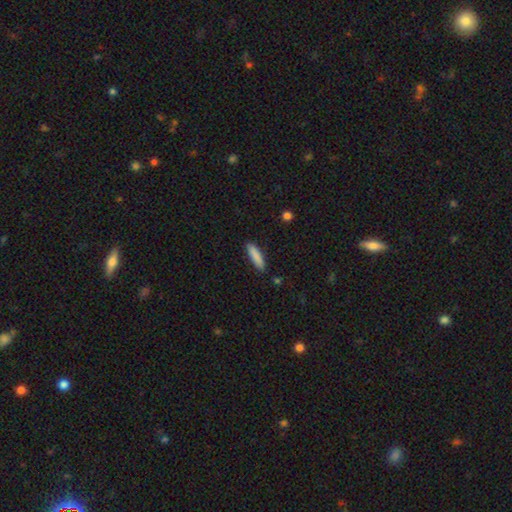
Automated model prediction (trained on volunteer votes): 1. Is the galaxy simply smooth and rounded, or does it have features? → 87% smooth, 7% featured or disk, 6% star or artifact.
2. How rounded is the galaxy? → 75% cigar-shaped, 24% in between, 1% round.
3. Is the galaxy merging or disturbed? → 87% none, 10% minor disturbance, 2% major disturbance, 1% merger.